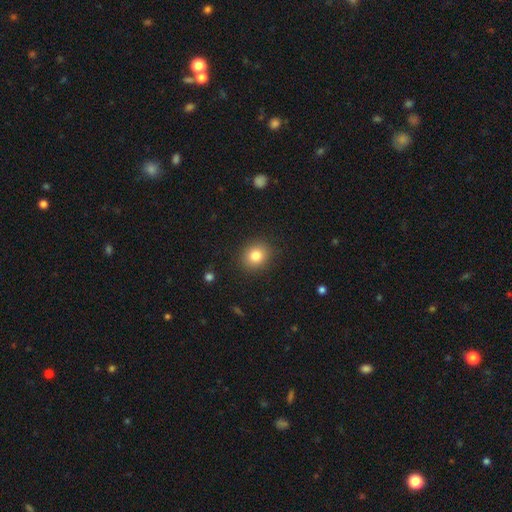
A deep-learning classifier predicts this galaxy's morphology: smooth-or-featured: smooth: 82% | star or artifact: 10% | featured or disk: 7%
  how-rounded: round: 71% | in between: 28% | cigar-shaped: 1%
  merging: none: 88% | minor disturbance: 8% | major disturbance: 3% | merger: 1%